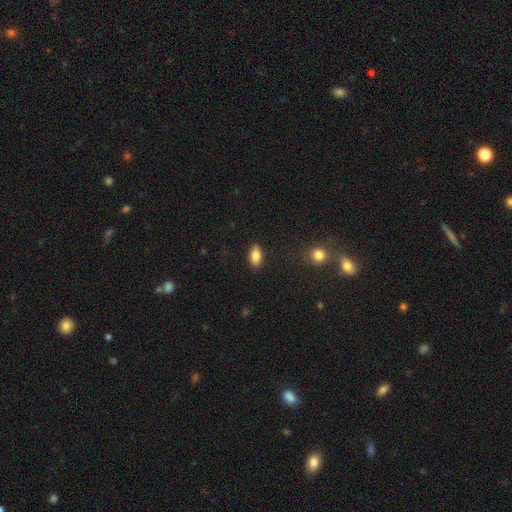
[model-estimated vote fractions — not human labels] A smooth galaxy with no disk features (82%) that is in between round and cigar-shaped (90%).

Vote fractions:
- Smooth or featured? smooth: 82% / featured or disk: 11% / star or artifact: 8%
- How rounded? in between: 90% / round: 6% / cigar-shaped: 5%
- Merging? none: 87% / minor disturbance: 10% / major disturbance: 2% / merger: 1%